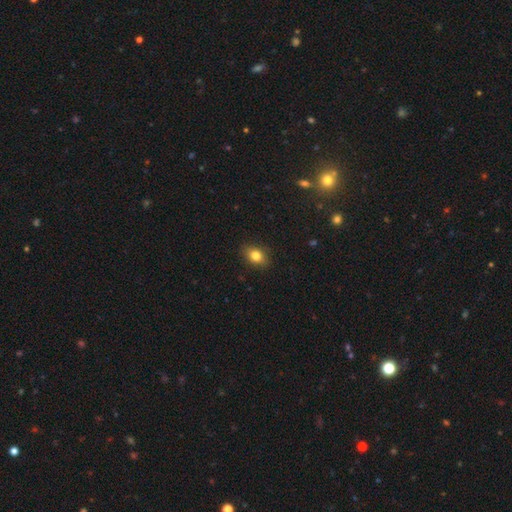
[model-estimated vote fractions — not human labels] smooth 82%, star or artifact 10%, featured or disk 9%. Down the decision tree: how rounded — in between (74%); merging — none (87%).